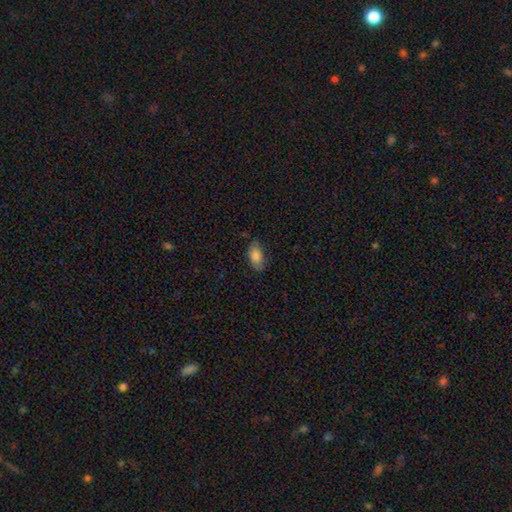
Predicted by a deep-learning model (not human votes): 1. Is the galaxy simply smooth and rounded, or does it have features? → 85% smooth, 8% featured or disk, 7% star or artifact.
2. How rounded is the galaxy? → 92% in between, 5% cigar-shaped, 4% round.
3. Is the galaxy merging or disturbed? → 75% none, 19% minor disturbance, 4% major disturbance, 1% merger.